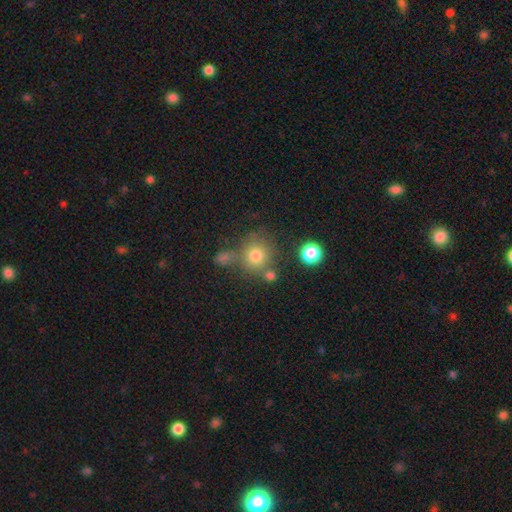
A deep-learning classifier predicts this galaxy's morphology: Smooth or featured? smooth (75%)
How rounded? round (89%)
Merging? none (65%)